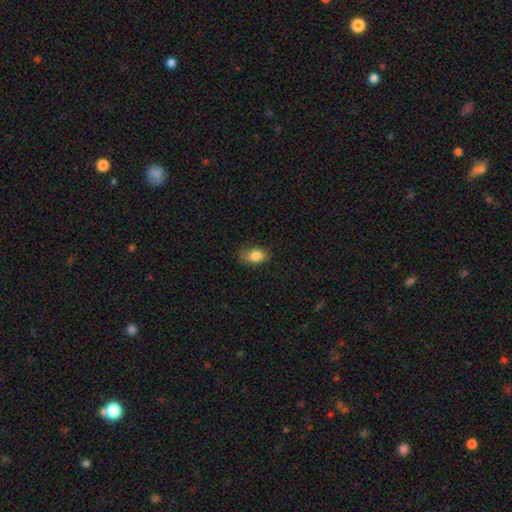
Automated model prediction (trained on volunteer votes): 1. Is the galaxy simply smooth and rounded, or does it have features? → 83% smooth, 8% star or artifact, 8% featured or disk.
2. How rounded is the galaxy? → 83% in between, 15% round, 2% cigar-shaped.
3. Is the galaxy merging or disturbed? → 68% none, 24% minor disturbance, 6% major disturbance, 1% merger.